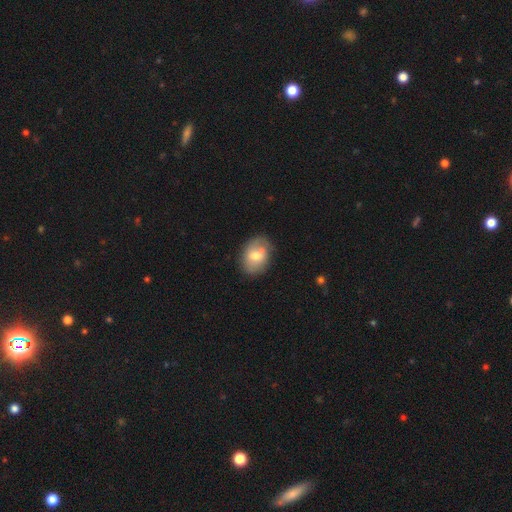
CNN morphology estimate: This appears to be a smooth galaxy with no disk features (57%) that is in between round and cigar-shaped (67%). Merging: none (67%).